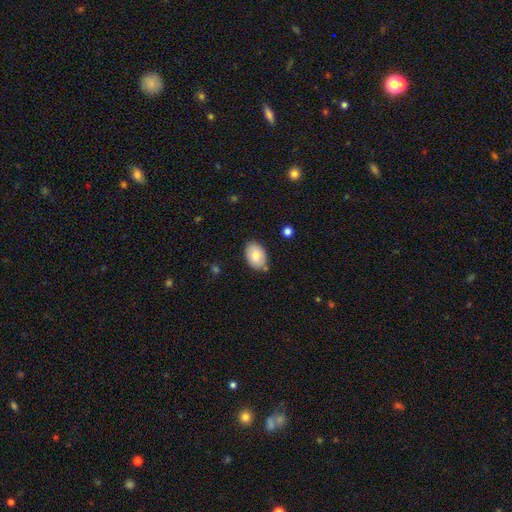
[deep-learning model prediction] This is likely a smooth galaxy (78%). How rounded: clearly in between (86%). Merging: likely none (77%).